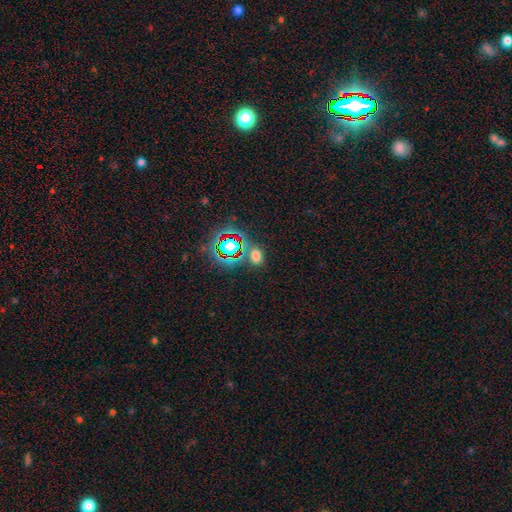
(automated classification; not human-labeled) smooth_or_featured: smooth (p=0.61) [alt: star or artifact p=0.32]
how_rounded: in between (p=0.64) [alt: round p=0.34]
merging: none (p=0.72) [alt: minor disturbance p=0.12]